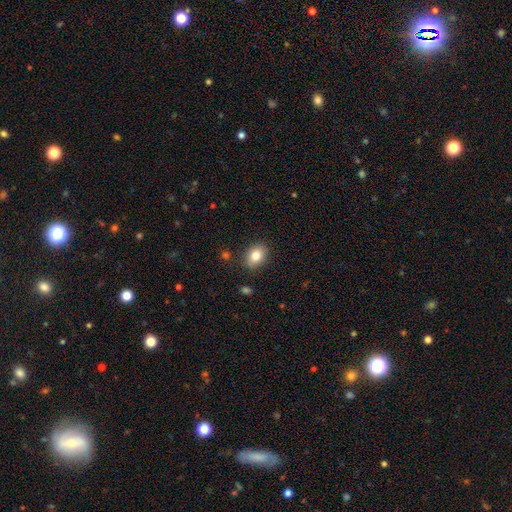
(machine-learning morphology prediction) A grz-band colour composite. It shows a smooth galaxy with no disk features (83%) that is in between round and cigar-shaped (71%). Merging: none (86%).